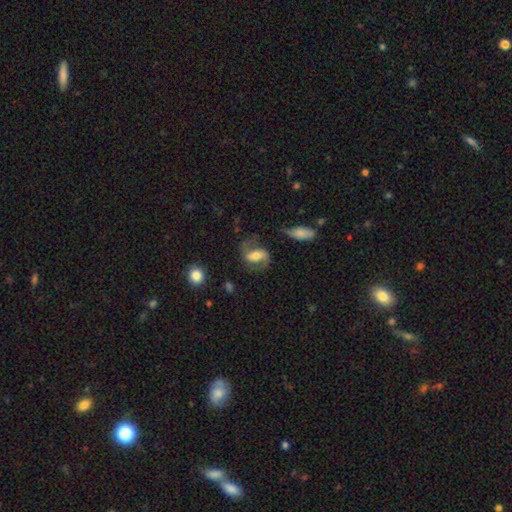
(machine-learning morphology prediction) A featured or disk galaxy (71%) with a strong bar (39%), 2 (90%) medium (48%) spiral arms (90%) and a moderate central bulge (51%). Merging: none (65%).